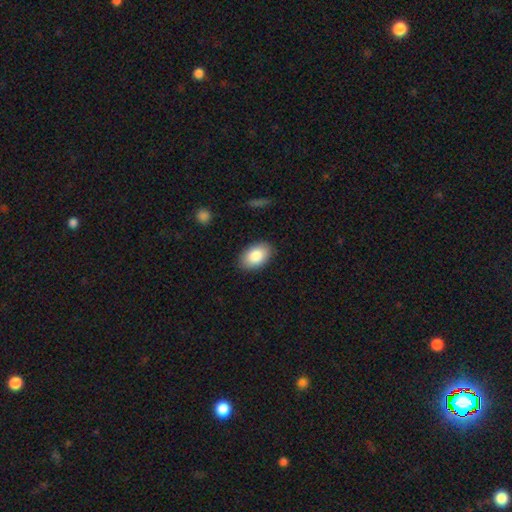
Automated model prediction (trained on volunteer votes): The model was most divided on "smooth or featured": smooth: 86%, featured or disk: 8%, star or artifact: 6%. More confident: how rounded — in between (92%); merging — none (88%).